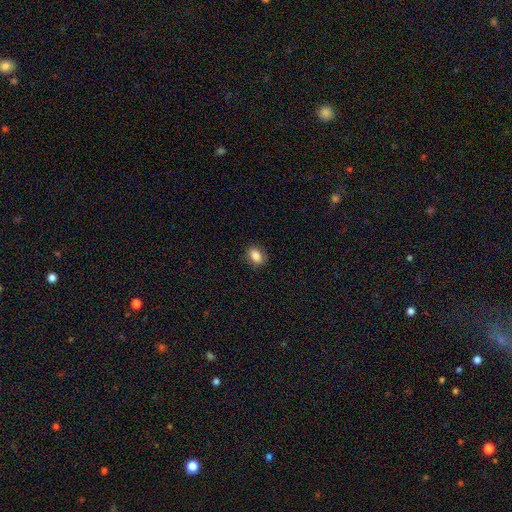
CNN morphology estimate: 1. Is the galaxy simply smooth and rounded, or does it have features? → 86% smooth, 9% star or artifact, 5% featured or disk.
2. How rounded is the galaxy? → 73% in between, 25% round, 1% cigar-shaped.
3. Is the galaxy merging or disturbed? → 85% none, 11% minor disturbance, 3% major disturbance, 1% merger.